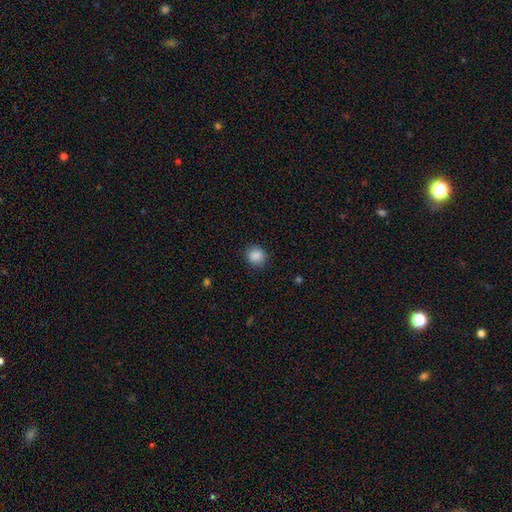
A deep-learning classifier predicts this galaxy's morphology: Q: Smooth or featured?
A: smooth (88%); runner-up: star or artifact (9%)
Q: How rounded?
A: round (89%); runner-up: in between (10%)
Q: Merging?
A: none (89%); runner-up: minor disturbance (7%)